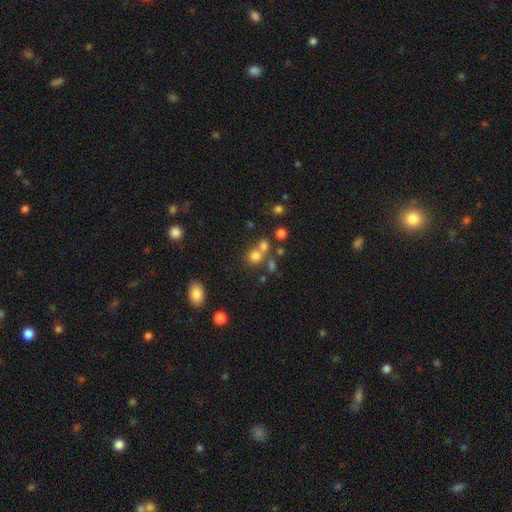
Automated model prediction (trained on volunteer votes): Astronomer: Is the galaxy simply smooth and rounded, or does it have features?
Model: smooth — 72%.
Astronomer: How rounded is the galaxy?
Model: round — 80%.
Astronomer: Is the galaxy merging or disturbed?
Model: none — 50% (runner-up: merger, 38%).